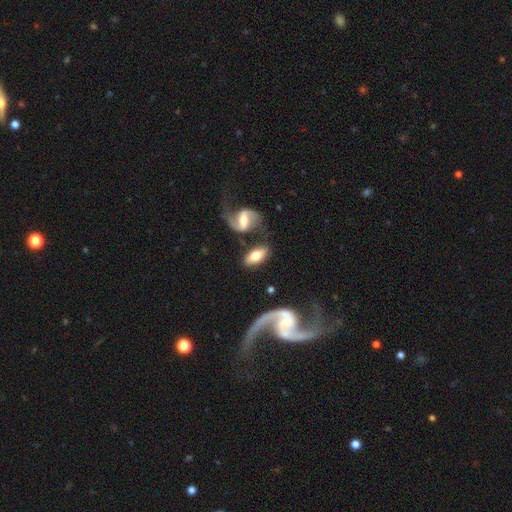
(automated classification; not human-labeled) Smooth or featured: smooth — 58% (featured or disk — 36%)
How rounded: in between — 90% (round — 6%)
Merging: none — 60% (merger — 16%)